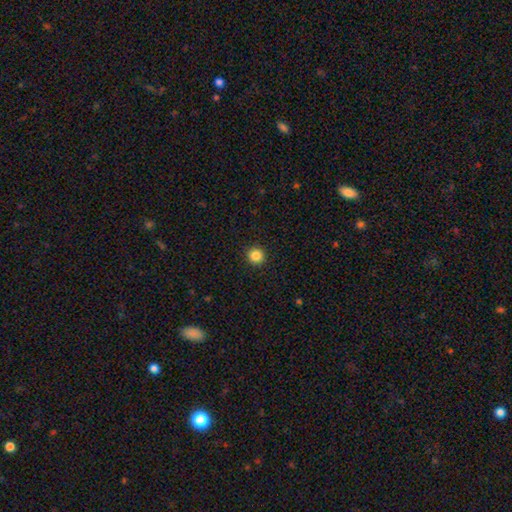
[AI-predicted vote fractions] The model was most divided on "smooth or featured": smooth: 85%, star or artifact: 11%, featured or disk: 4%. More confident: how rounded — round (94%); merging — none (93%).